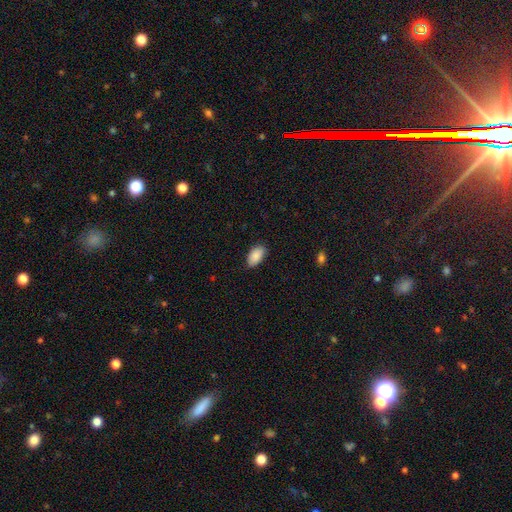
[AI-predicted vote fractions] smooth_or_featured: smooth (p=0.89) [alt: star or artifact p=0.07]
how_rounded: in between (p=0.94) [alt: round p=0.03]
merging: none (p=0.83) [alt: minor disturbance p=0.14]